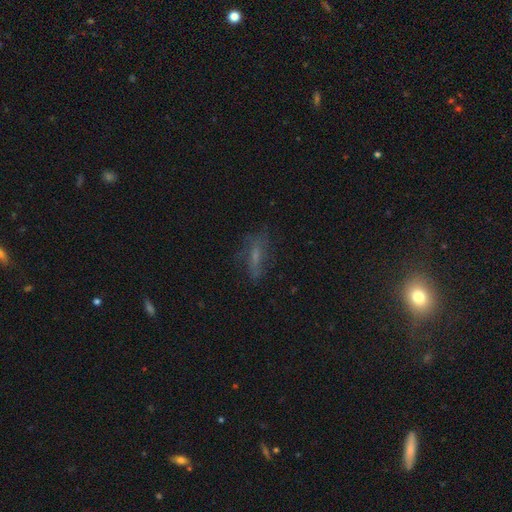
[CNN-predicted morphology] The model was most divided on "smooth or featured": smooth: 44%, featured or disk: 39%, star or artifact: 18%. More confident: merging — none (64%).